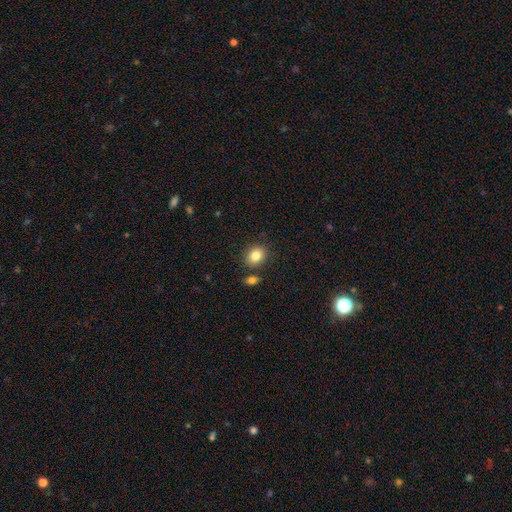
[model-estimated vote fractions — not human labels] smooth 84%, star or artifact 9%, featured or disk 7%. Down the decision tree: how rounded — round (52%); merging — none (81%).